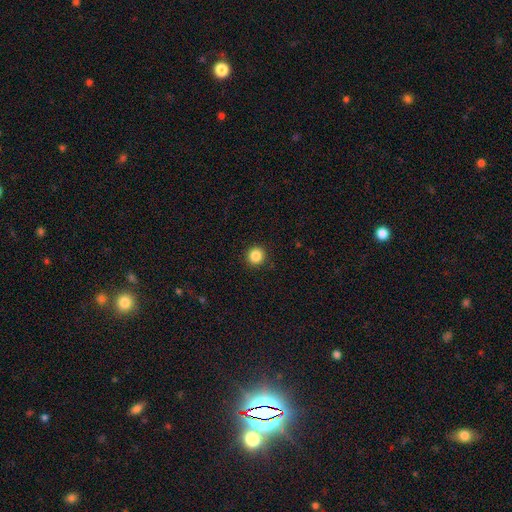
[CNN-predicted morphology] type=smooth (86%); roundness=round (94%); merging=none (91%).